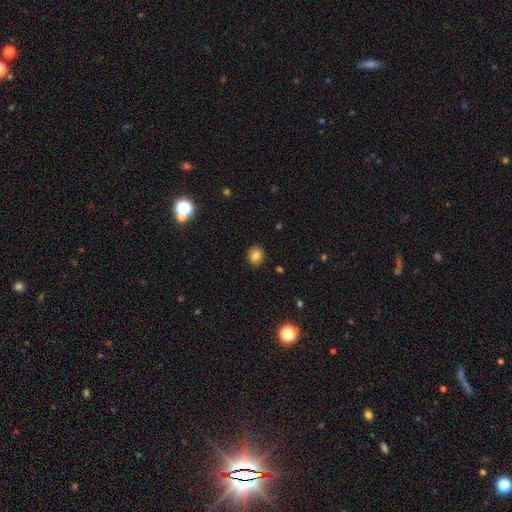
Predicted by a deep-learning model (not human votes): This appears to be a smooth galaxy with no disk features (82%) that is round (70%). Merging: none (89%).